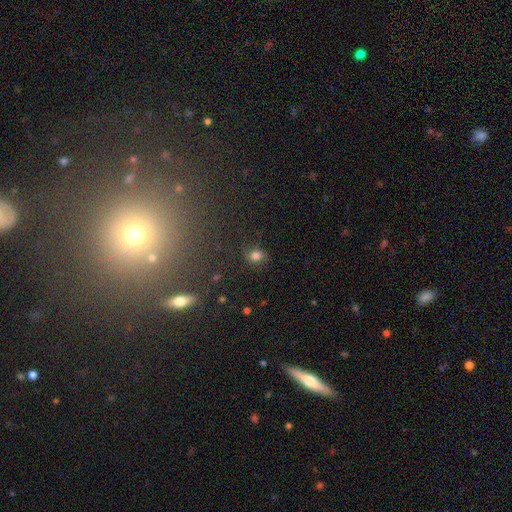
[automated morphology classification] A smooth galaxy with no disk features (78%) that is round (59%). Merging: none (78%).